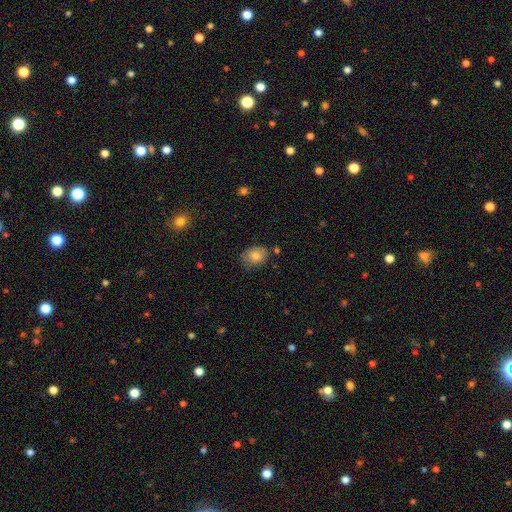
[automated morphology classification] Q: Smooth or featured?
A: smooth (83%); runner-up: featured or disk (9%)
Q: How rounded?
A: in between (65%); runner-up: round (34%)
Q: Merging?
A: none (72%); runner-up: minor disturbance (21%)